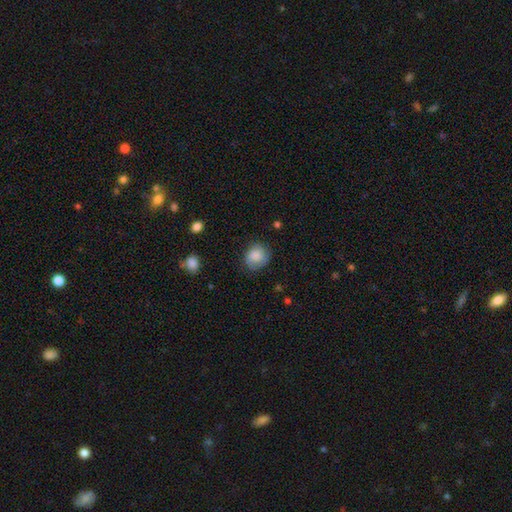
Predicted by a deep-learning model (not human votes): Smooth or featured: smooth — 80% (featured or disk — 13%)
How rounded: round — 68% (in between — 32%)
Merging: none — 71% (minor disturbance — 21%)